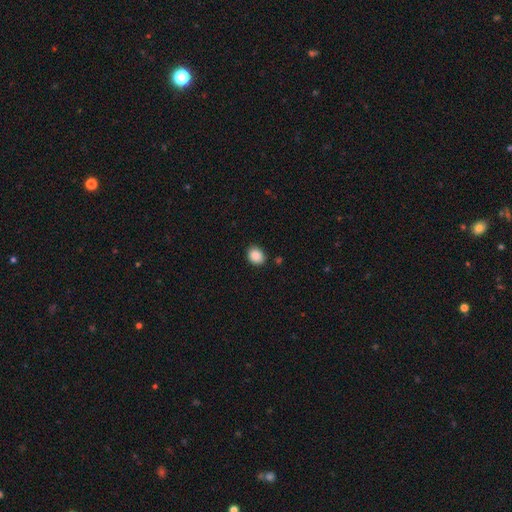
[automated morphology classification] Smooth or featured?
  - smooth: 89% *
  - star or artifact: 8%
  - featured or disk: 3%
How rounded?
  - in between: 58% *
  - round: 41%
  - cigar-shaped: 1%
Merging?
  - none: 86% *
  - minor disturbance: 11%
  - major disturbance: 2%
  - merger: 2%